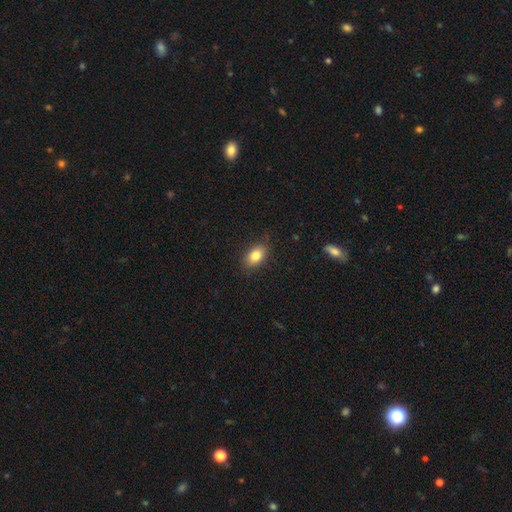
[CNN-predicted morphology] Smooth or featured? Predicted: smooth (p=0.82). How rounded? Predicted: in between (p=0.86). Merging? Predicted: none (p=0.85).